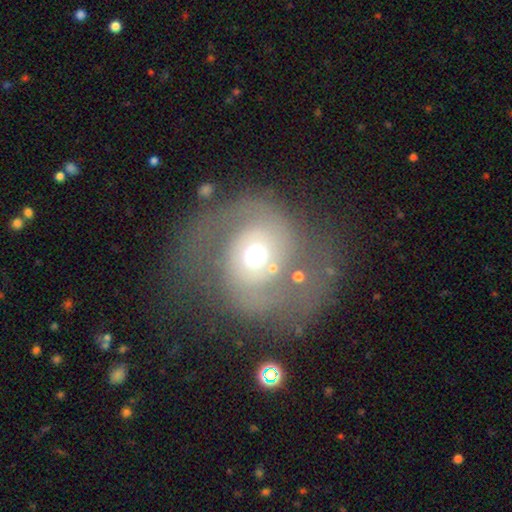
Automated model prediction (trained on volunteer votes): Overall: featured or disk (68%). Edge-on disk: no (97%). Bar: no (77%). Spiral arms: yes (75%). Bulge size: moderate (65%). Merging: none (55%; major disturbance 25%).